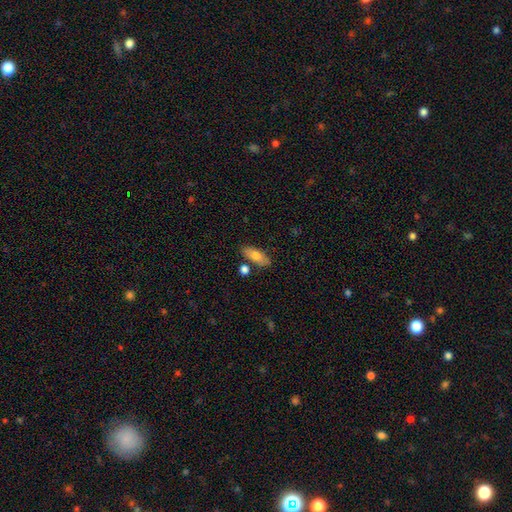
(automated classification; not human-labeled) This is likely a smooth galaxy (75%). How rounded: likely in between (78%). Merging: likely none (79%).